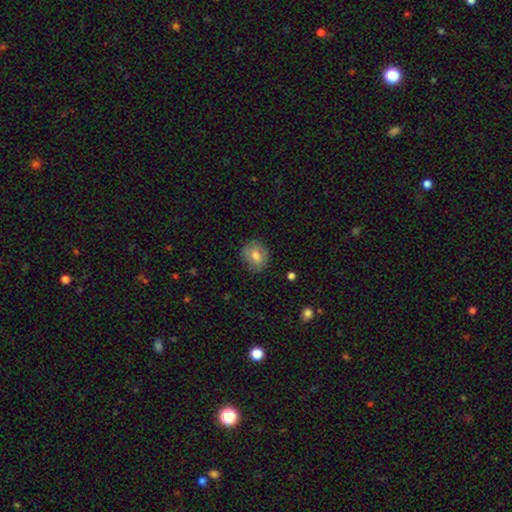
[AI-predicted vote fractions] The model was most divided on "how rounded": round: 58%, in between: 41%, cigar-shaped: 1%. More confident: merging — none (79%); smooth or featured — smooth (71%).